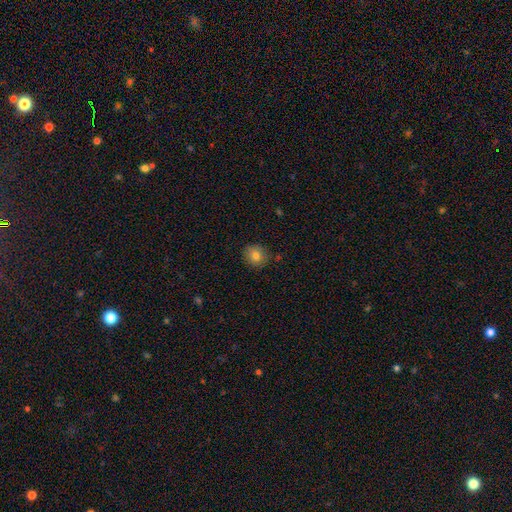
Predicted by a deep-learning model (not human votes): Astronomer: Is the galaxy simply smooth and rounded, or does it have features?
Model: smooth — 80%.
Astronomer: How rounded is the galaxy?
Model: round — 86%.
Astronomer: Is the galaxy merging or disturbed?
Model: none — 86%.